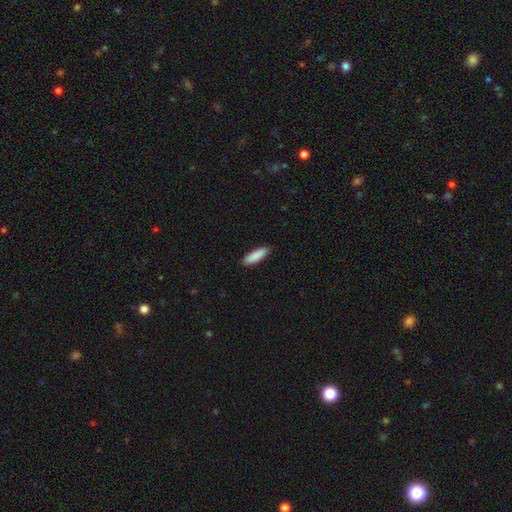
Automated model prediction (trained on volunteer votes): Smooth or featured: smooth — 90% (star or artifact — 5%)
How rounded: cigar-shaped — 59% (in between — 40%)
Merging: none — 89% (minor disturbance — 8%)